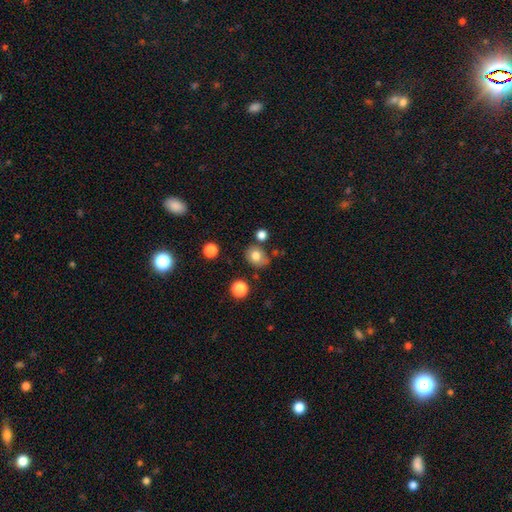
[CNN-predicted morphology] The model was most divided on "how rounded": round: 54%, in between: 45%, cigar-shaped: 1%. More confident: smooth or featured — smooth (77%); merging — none (71%).